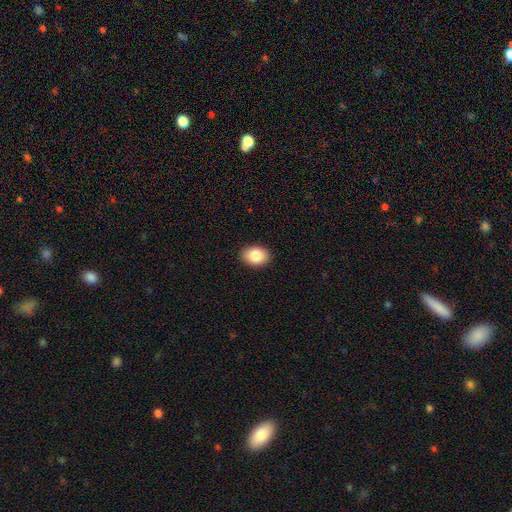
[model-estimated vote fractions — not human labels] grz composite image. It shows a smooth galaxy with no disk features (84%) that is in between round and cigar-shaped (73%). Merging: none (90%).